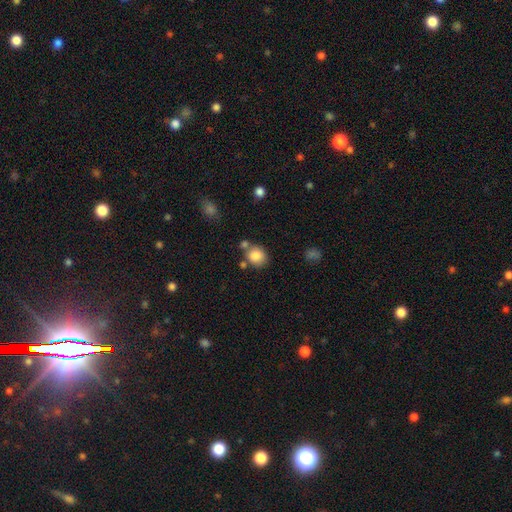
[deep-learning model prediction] smooth-or-featured: smooth: 85% | star or artifact: 9% | featured or disk: 6%
  how-rounded: round: 72% | in between: 27% | cigar-shaped: 1%
  merging: none: 63% | merger: 18% | minor disturbance: 14% | major disturbance: 5%